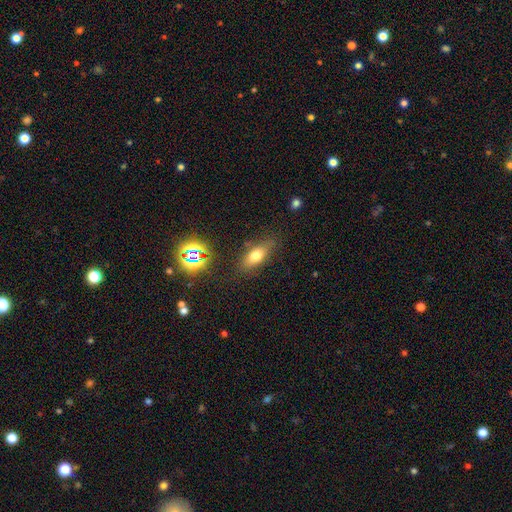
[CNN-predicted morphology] smooth_or_featured: smooth (p=0.69) [alt: featured or disk p=0.17]
how_rounded: in between (p=0.76) [alt: cigar-shaped p=0.16]
merging: none (p=0.78) [alt: minor disturbance p=0.15]